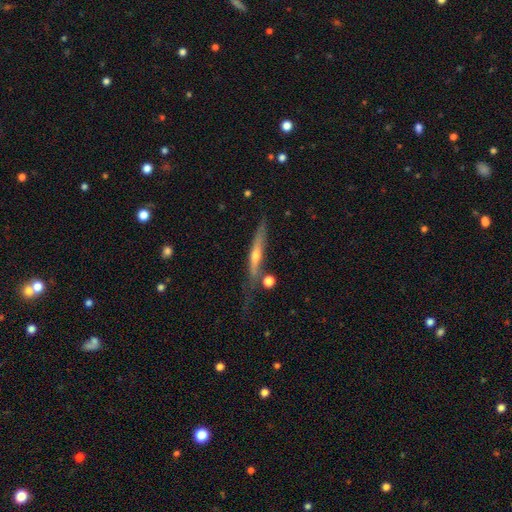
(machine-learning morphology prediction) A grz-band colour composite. It shows a featured or disk galaxy (68%) viewed edge-on (93%) with a rounded central bulge (80%). Merging: none (61%).